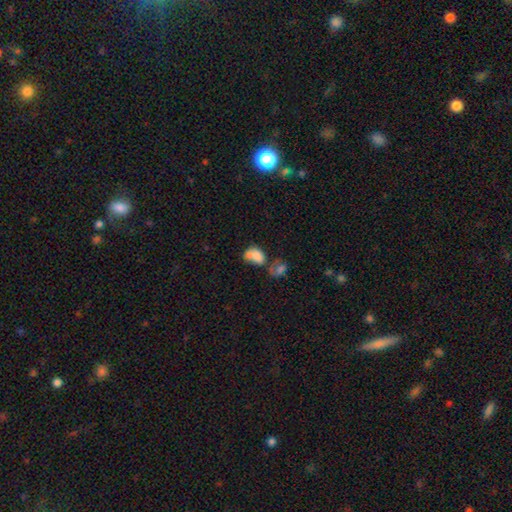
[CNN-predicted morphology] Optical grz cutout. It shows a smooth galaxy with no disk features (73%) that is in between round and cigar-shaped (80%). Merging: merger (54%).